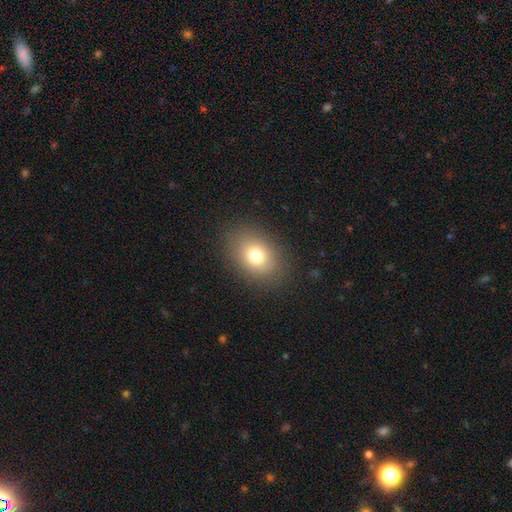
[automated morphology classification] smooth 76%, star or artifact 12%, featured or disk 11%. Down the decision tree: how rounded — in between (66%); merging — none (86%).